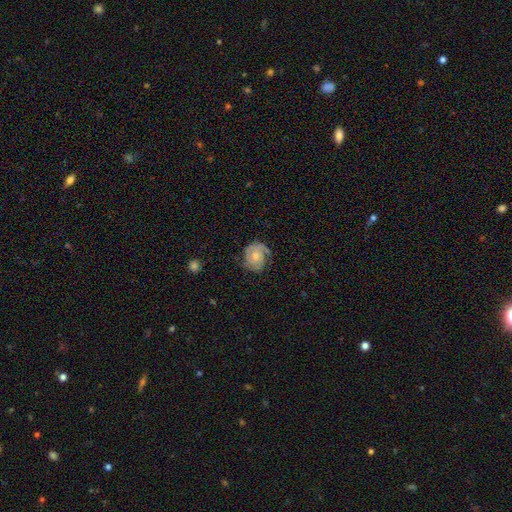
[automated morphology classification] This is likely a featured or disk galaxy (71%). It is clearly not viewed edge-on (98%). Bar: likely no (75%). Spiral arm pattern: clearly yes (93%). Spiral arm count: possibly 2 (47%). Spiral winding: possibly tight (58%). Central bulge: possibly moderate (46%). Merging: likely none (67%).